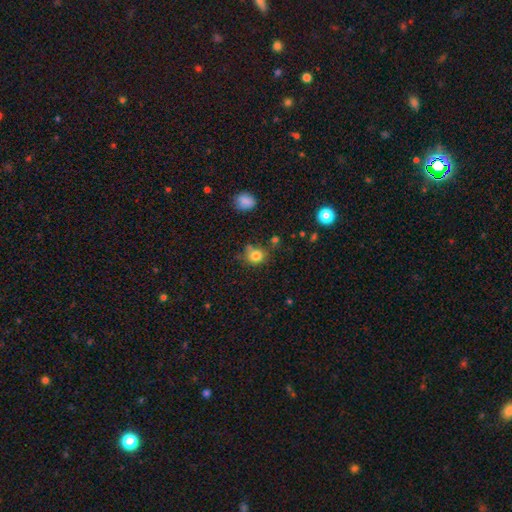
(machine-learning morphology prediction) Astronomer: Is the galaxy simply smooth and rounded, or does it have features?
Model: smooth — 81%.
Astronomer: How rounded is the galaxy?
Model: round — 73%.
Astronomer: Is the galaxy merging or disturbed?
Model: none — 65%.